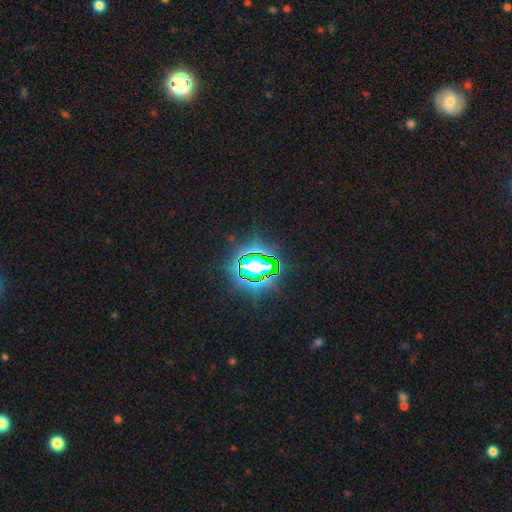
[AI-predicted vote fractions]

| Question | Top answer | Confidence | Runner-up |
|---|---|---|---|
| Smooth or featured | star or artifact | 83% | smooth (11%) |